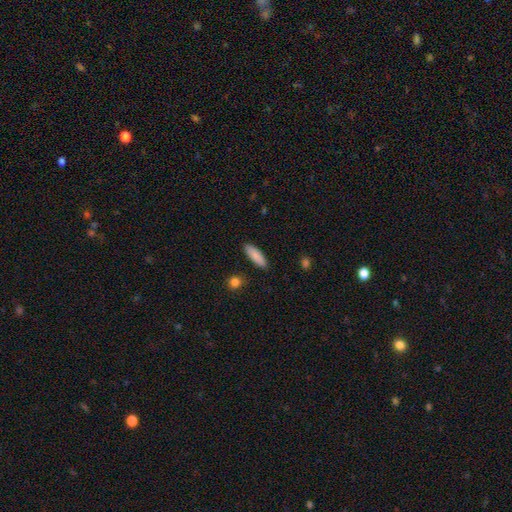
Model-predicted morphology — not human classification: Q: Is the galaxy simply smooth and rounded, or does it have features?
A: smooth — 85%.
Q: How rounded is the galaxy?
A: in between — 54%.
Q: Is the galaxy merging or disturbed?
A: none — 88%.